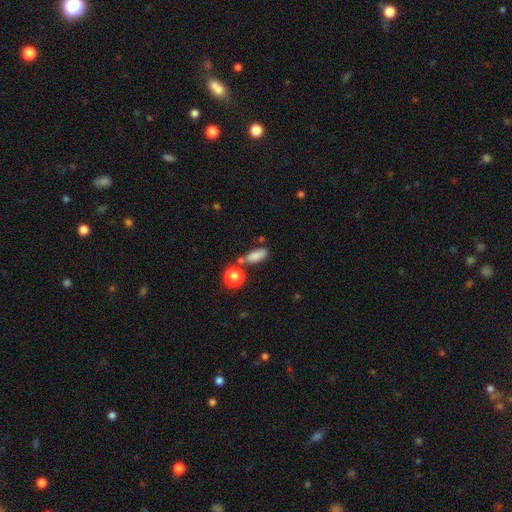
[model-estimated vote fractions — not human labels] Smooth or featured? Predicted: smooth (p=0.82). How rounded? Predicted: in between (p=0.73). Merging? Predicted: none (p=0.66).